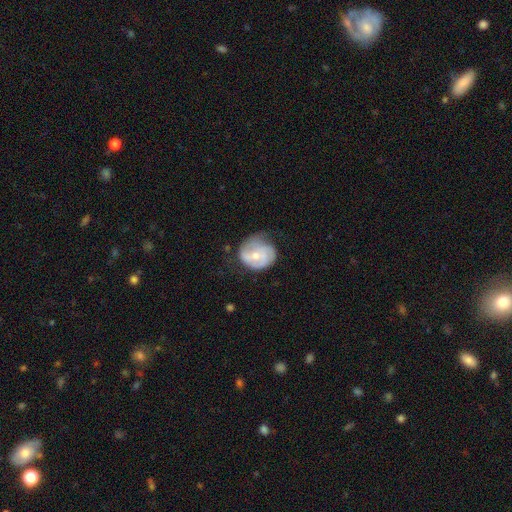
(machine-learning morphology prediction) This appears to be a featured or disk galaxy (61%) with no bar (63%), spiral arms (81%) and a small central bulge (51%). Merging: none (45%).